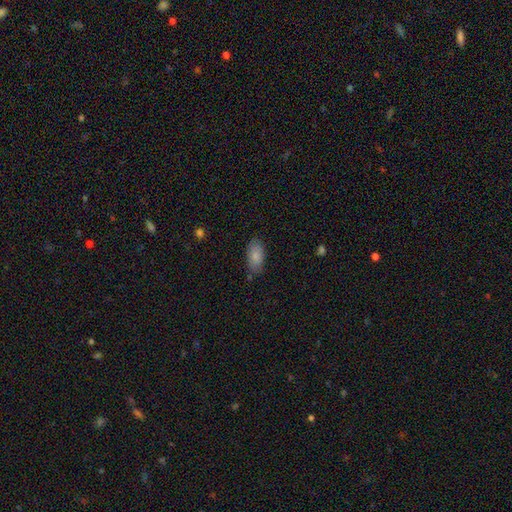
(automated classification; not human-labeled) smooth_or_featured: smooth (p=0.83) [alt: featured or disk p=0.10]
how_rounded: in between (p=0.93) [alt: cigar-shaped p=0.04]
merging: none (p=0.76) [alt: minor disturbance p=0.18]